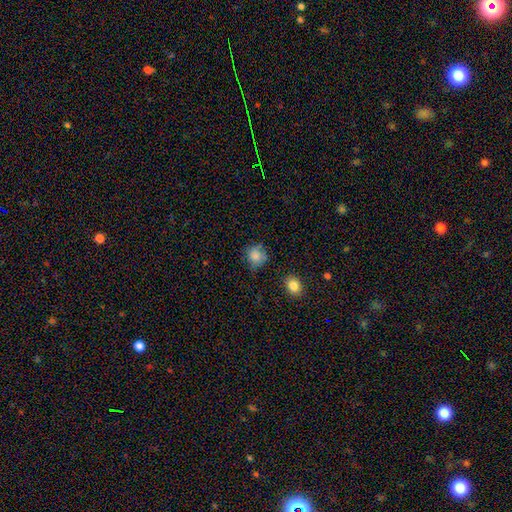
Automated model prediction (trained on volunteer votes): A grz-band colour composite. It shows a smooth galaxy with no disk features (82%) that is round (81%). Merging: none (66%).